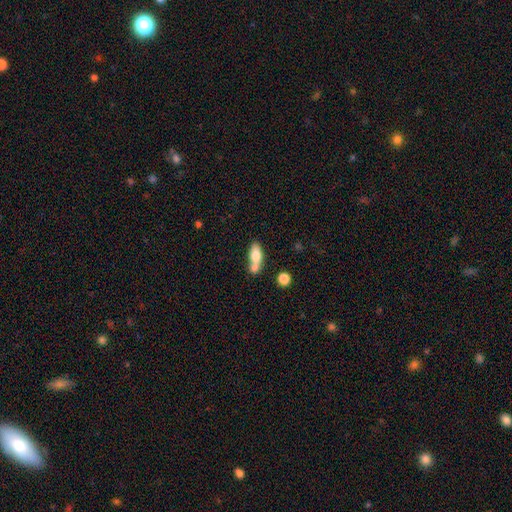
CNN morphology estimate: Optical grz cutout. It shows a smooth galaxy with no disk features (72%) that is in between round and cigar-shaped (73%). Merging: merger (47%).